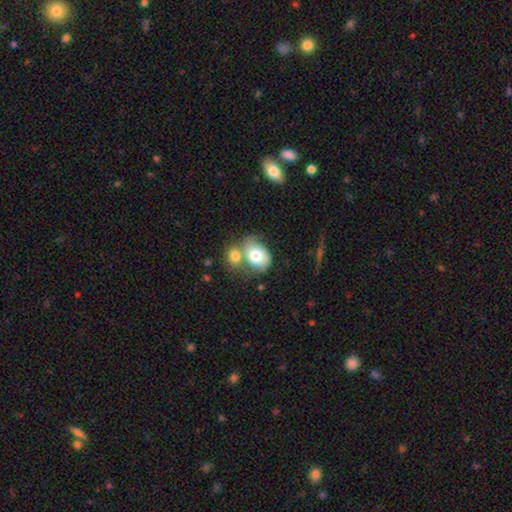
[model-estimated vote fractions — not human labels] Morphology: type=smooth (67%); roundness=in between (63%); merging=merger (50%).